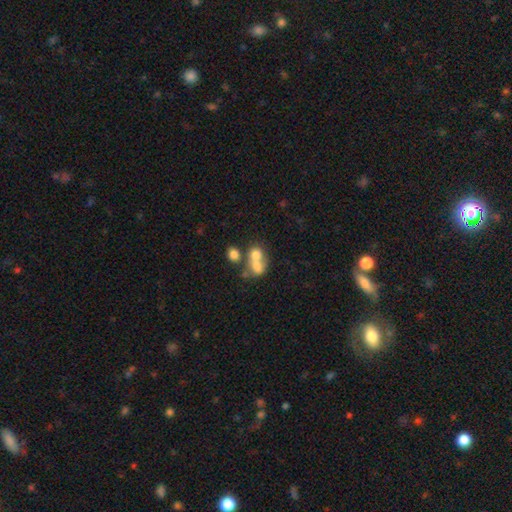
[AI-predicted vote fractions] The model was most divided on "how rounded": round: 57%, in between: 42%, cigar-shaped: 1%. More confident: smooth or featured — smooth (69%); merging — merger (64%).